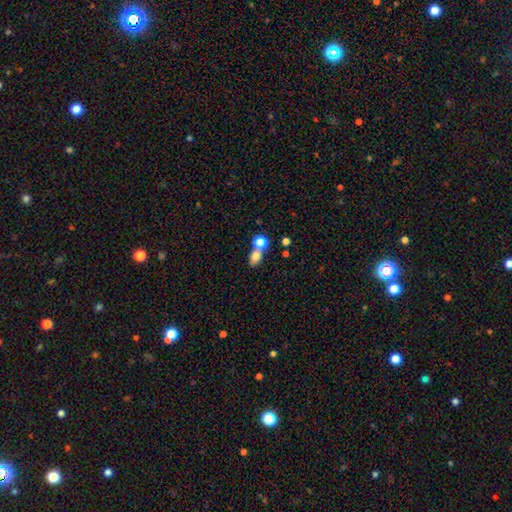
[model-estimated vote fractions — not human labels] Overall: smooth (77%). How rounded: in between (61%; round 37%). Merging: merger (44%; none 42%).